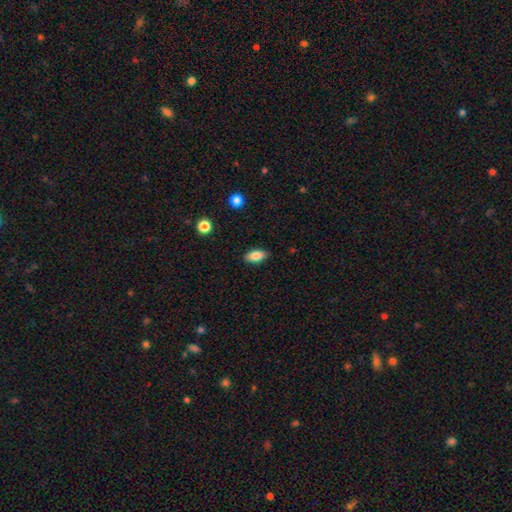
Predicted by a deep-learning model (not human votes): Overall: smooth (84%). How rounded: in between (90%). Merging: none (88%).